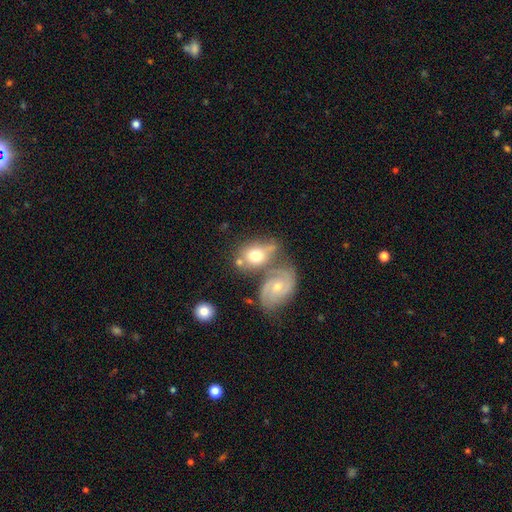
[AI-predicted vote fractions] Overall: smooth (52%; featured or disk 40%). How rounded: in between (65%; round 33%). Merging: merger (42%; none 36%).